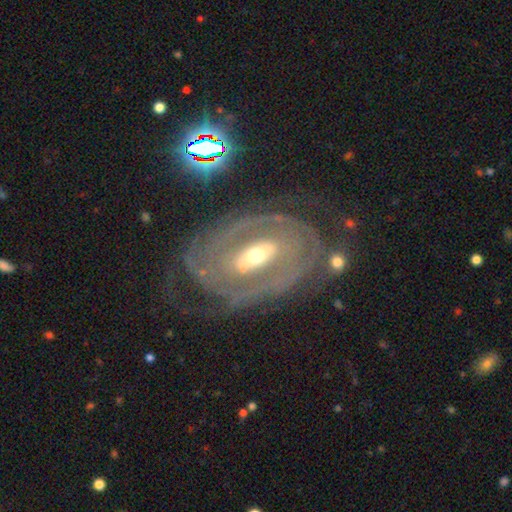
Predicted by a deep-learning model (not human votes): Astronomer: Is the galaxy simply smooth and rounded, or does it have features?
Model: featured or disk — 85%.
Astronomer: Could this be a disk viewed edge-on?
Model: no — 95%.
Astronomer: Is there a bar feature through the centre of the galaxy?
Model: weak — 35% (runner-up: strong, 34%).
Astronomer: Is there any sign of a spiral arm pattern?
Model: yes — 82%.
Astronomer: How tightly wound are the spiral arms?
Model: tight — 60%.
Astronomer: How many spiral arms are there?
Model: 2 — 43% (runner-up: can't tell, 30%).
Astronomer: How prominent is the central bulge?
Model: moderate — 52% (runner-up: small, 41%).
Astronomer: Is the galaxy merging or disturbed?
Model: none — 62%.